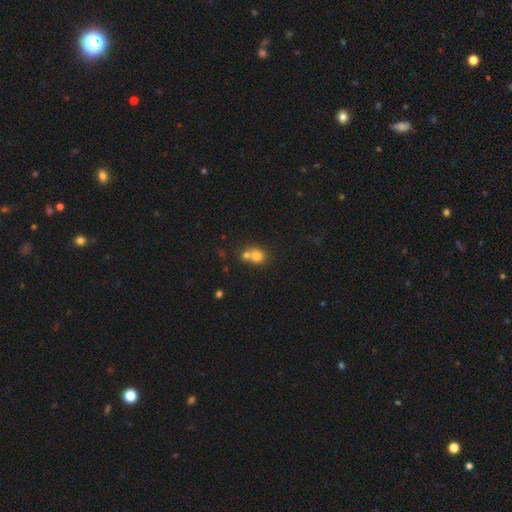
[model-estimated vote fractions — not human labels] A smooth galaxy with no disk features (76%) that is round (78%). Merging: merger (51%).